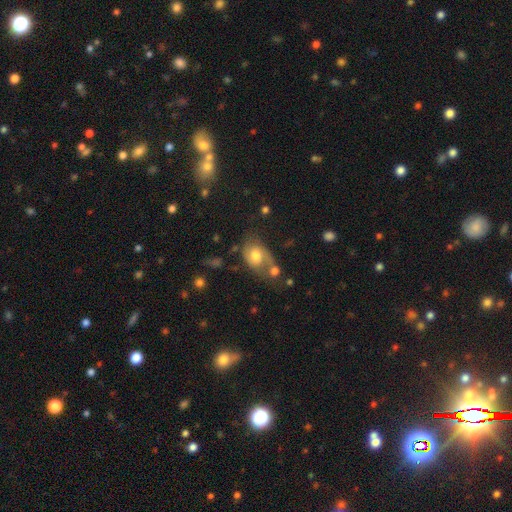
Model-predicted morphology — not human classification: A smooth galaxy with no disk features (53%) that is in between round and cigar-shaped (66%).

Vote fractions:
- Smooth or featured? smooth: 53% / featured or disk: 37% / star or artifact: 10%
- How rounded? in between: 66% / round: 32% / cigar-shaped: 2%
- Merging? none: 35% / merger: 26% / minor disturbance: 22% / major disturbance: 17%